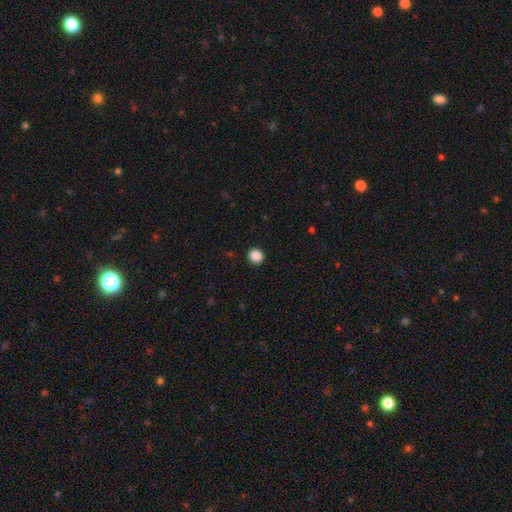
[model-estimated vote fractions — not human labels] Smooth or featured: smooth — 88% (star or artifact — 10%)
How rounded: round — 91% (in between — 8%)
Merging: none — 93% (minor disturbance — 5%)